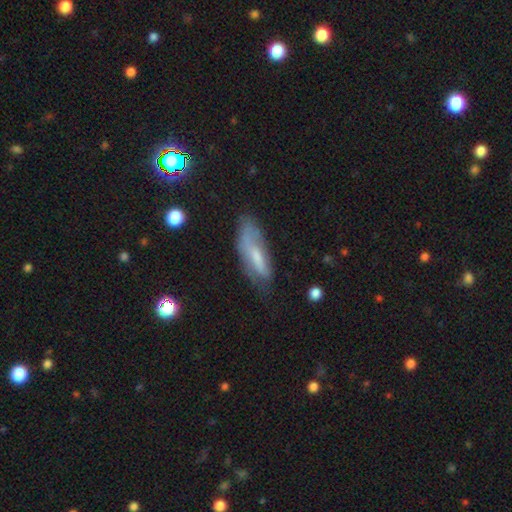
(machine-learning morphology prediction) Smooth or featured? smooth (51%)
How rounded? in between (53%)
Merging? none (53%)